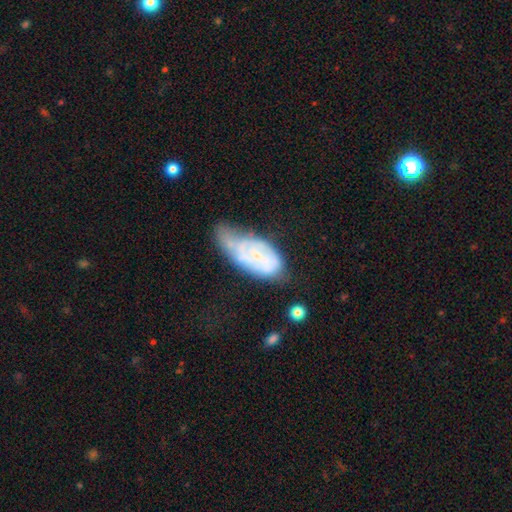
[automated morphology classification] Q: Smooth or featured?
A: featured or disk (55%); runner-up: smooth (37%)
Q: Edge-on disk?
A: no (93%); runner-up: yes (7%)
Q: Bar?
A: no (73%); runner-up: weak (22%)
Q: Spiral arms?
A: yes (55%); runner-up: no (45%)
Q: Bulge size?
A: small (69%); runner-up: moderate (17%)
Q: Merging?
A: minor disturbance (37%); runner-up: major disturbance (29%)